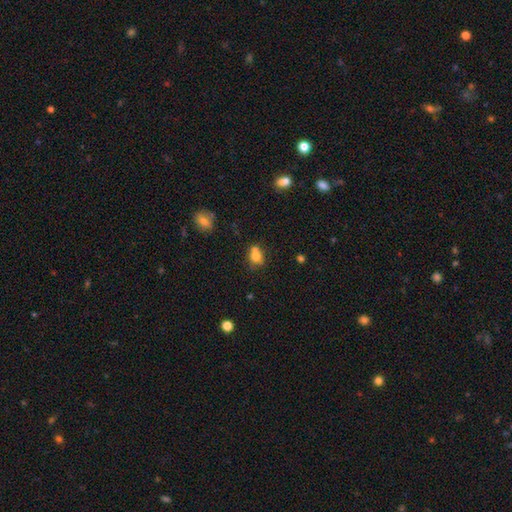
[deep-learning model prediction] This is likely a smooth galaxy (74%). How rounded: possibly round (50%). Merging: marginally merger (41%).